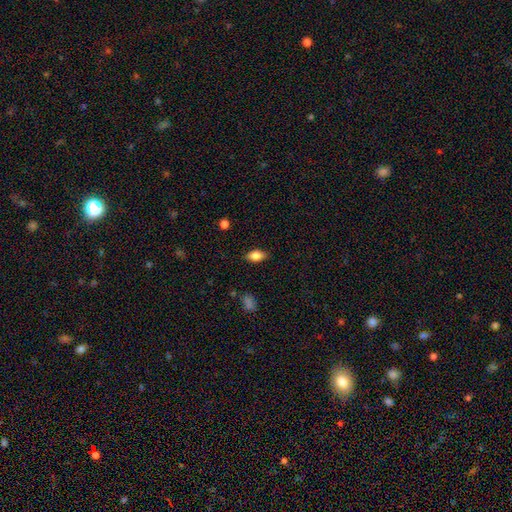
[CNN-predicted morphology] type=smooth (84%); roundness=in between (89%); merging=none (84%).